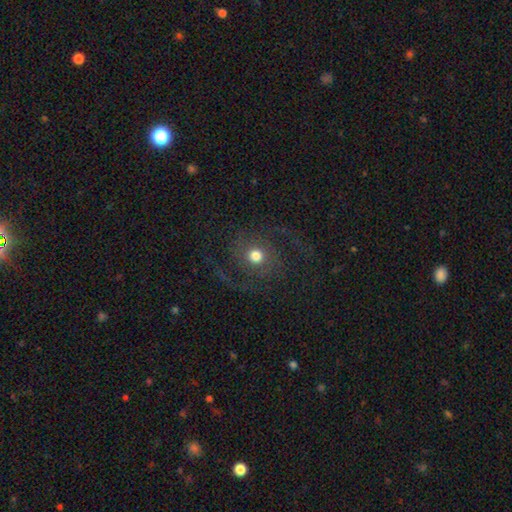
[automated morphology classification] smooth_or_featured: featured or disk (p=0.63) [alt: smooth p=0.25]
disk_edge_on: no (p=0.96) [alt: yes p=0.04]
bar: no (p=0.77) [alt: weak p=0.18]
has_spiral_arms: yes (p=0.85) [alt: no p=0.15]
spiral_winding: loose (p=0.44) [alt: medium p=0.41]
spiral_arm_count: 2 (p=0.75) [alt: can't tell p=0.08]
bulge_size: moderate (p=0.67) [alt: large p=0.15]
merging: none (p=0.72) [alt: major disturbance p=0.15]